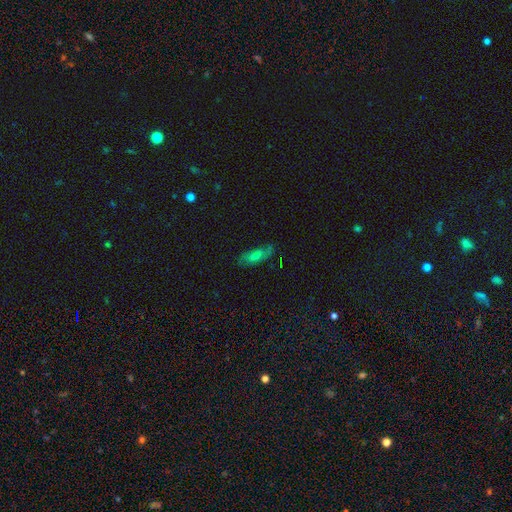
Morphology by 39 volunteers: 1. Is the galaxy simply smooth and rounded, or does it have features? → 51% smooth, 44% featured or disk, 5% star or artifact.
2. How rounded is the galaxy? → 90% in between, 10% cigar-shaped, 0% round.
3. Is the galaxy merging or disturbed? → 70% none, 27% minor disturbance, 3% major disturbance, 0% merger.